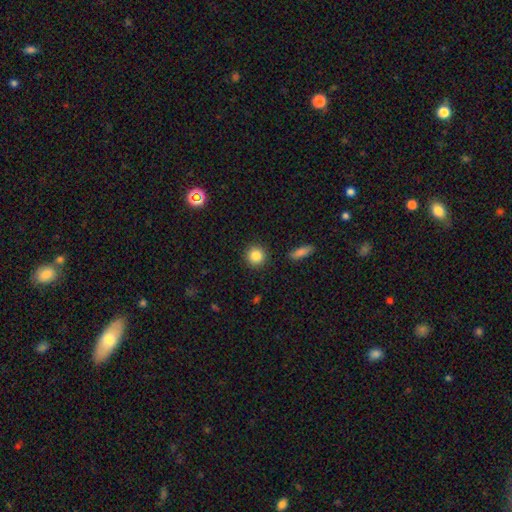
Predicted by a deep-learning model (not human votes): Smooth or featured? smooth (85%)
How rounded? round (93%)
Merging? none (91%)